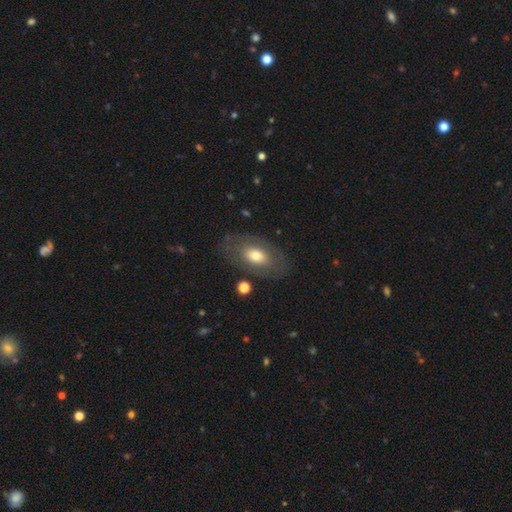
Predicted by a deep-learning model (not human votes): Q: Smooth or featured?
A: smooth (59%); runner-up: featured or disk (34%)
Q: How rounded?
A: in between (90%); runner-up: round (8%)
Q: Merging?
A: none (79%); runner-up: minor disturbance (13%)